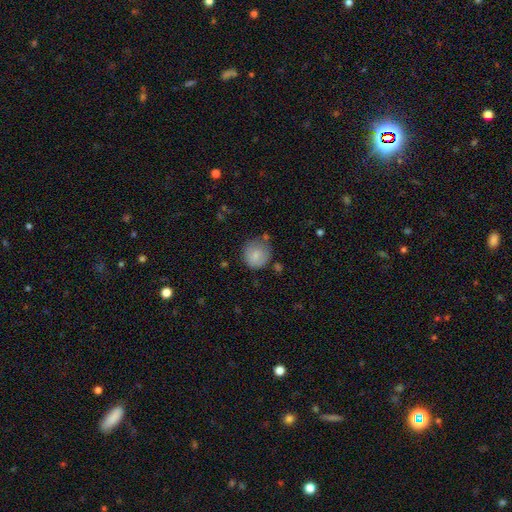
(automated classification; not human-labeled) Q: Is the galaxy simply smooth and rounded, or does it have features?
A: smooth — 76%.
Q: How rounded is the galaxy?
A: round — 86%.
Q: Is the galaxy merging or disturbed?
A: none — 60%.